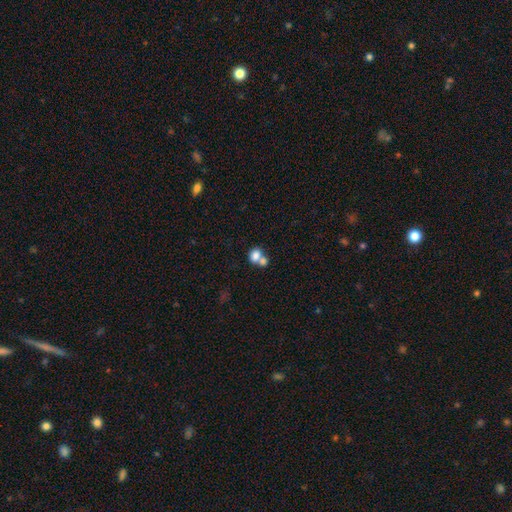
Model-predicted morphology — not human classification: Smooth or featured?
  - smooth: 78% *
  - featured or disk: 12%
  - star or artifact: 10%
How rounded?
  - round: 55% *
  - in between: 44%
  - cigar-shaped: 1%
Merging?
  - merger: 59% *
  - none: 30%
  - minor disturbance: 7%
  - major disturbance: 4%